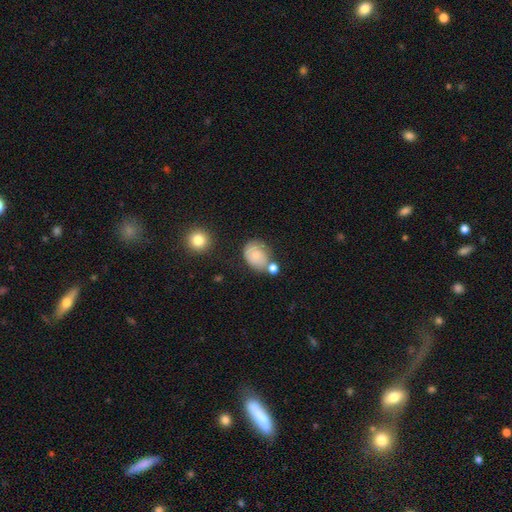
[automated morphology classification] smooth-or-featured: smooth: 65% | featured or disk: 26% | star or artifact: 9%
  how-rounded: in between: 57% | round: 42% | cigar-shaped: 1%
  merging: none: 50% | minor disturbance: 24% | merger: 16% | major disturbance: 10%